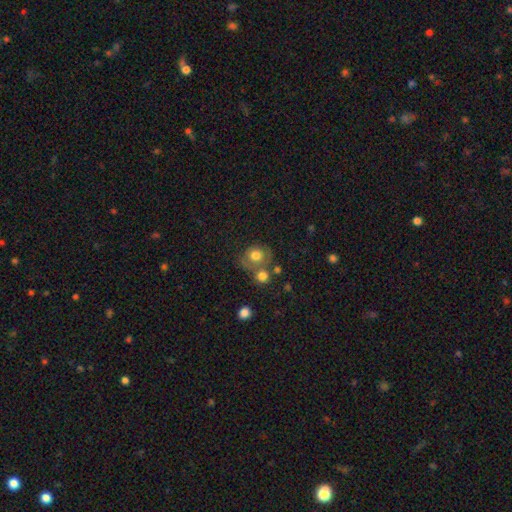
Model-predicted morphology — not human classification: This appears to be a smooth galaxy with no disk features (72%) that is round (76%). Merging: none (48%).